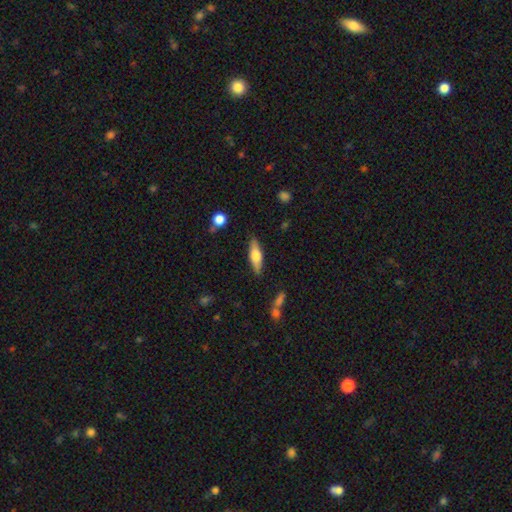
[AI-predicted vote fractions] Overall: smooth (58%; featured or disk 36%). How rounded: in between (51%; cigar-shaped 46%). Merging: none (84%).